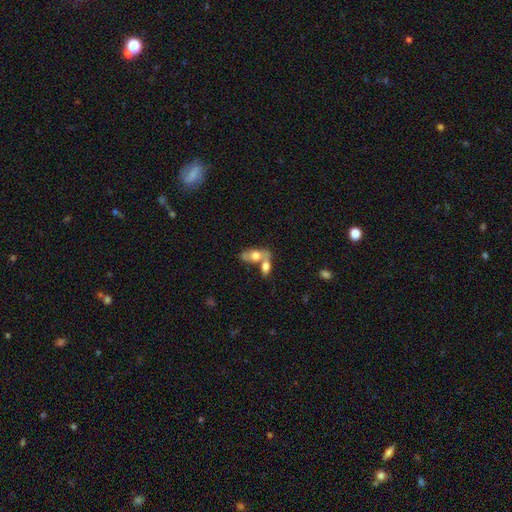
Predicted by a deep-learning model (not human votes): This appears to be a smooth galaxy with no disk features (64%) that is in between round and cigar-shaped (84%). Merging: merger (58%).